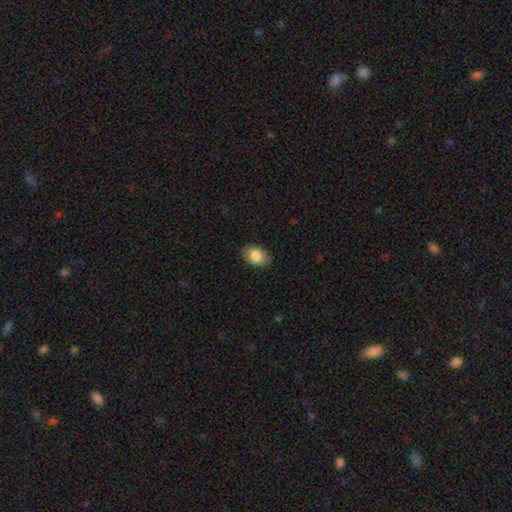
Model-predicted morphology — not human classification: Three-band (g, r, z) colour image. It shows a smooth galaxy with no disk features (83%) that is in between round and cigar-shaped (84%). Merging: none (83%).